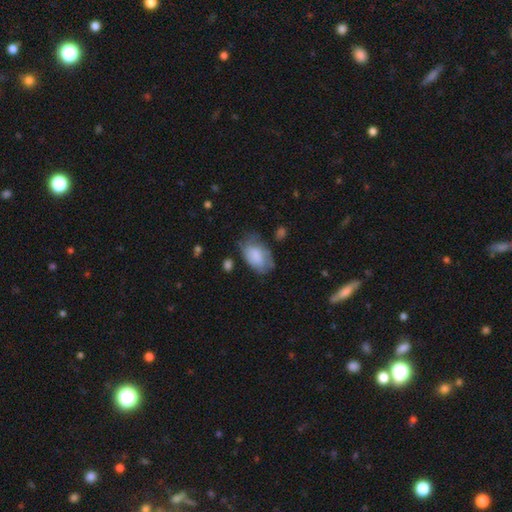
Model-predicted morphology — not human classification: smooth 74%, featured or disk 19%, star or artifact 7%. Down the decision tree: how rounded — in between (90%); merging — none (49%).